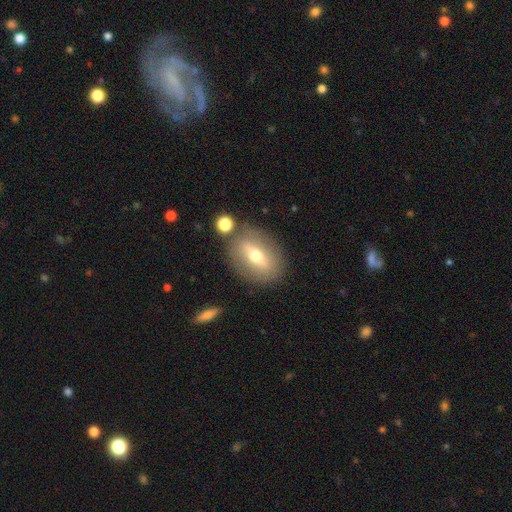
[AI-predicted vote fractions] This appears to be a smooth galaxy with no disk features (47%). Merging: none (78%).